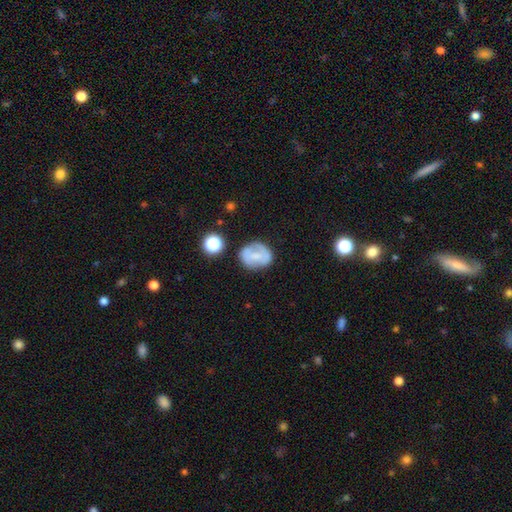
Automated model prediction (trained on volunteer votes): Morphology: type=featured or disk (45%, tied with smooth); merging=none (69%).